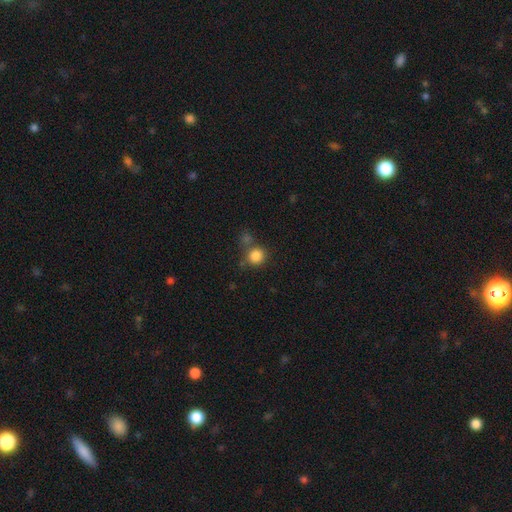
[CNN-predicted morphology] Smooth or featured?
  - smooth: 84% *
  - star or artifact: 11%
  - featured or disk: 5%
How rounded?
  - round: 90% *
  - in between: 9%
  - cigar-shaped: 1%
Merging?
  - none: 63% *
  - merger: 20%
  - minor disturbance: 12%
  - major disturbance: 5%